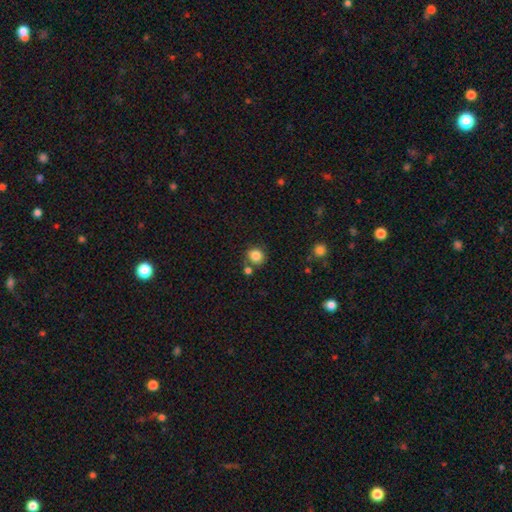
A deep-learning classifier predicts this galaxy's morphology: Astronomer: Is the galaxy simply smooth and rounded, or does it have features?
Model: smooth — 85%.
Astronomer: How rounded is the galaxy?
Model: round — 87%.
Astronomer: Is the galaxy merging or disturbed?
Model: none — 75%.